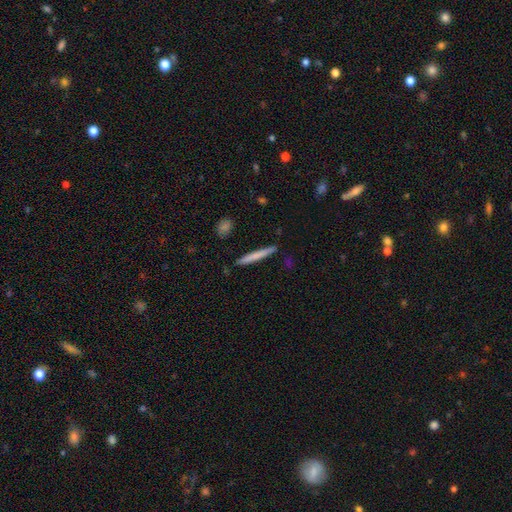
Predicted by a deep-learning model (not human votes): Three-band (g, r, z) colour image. It shows a smooth galaxy with no disk features (69%) that is cigar-shaped (96%). Merging: none (90%).